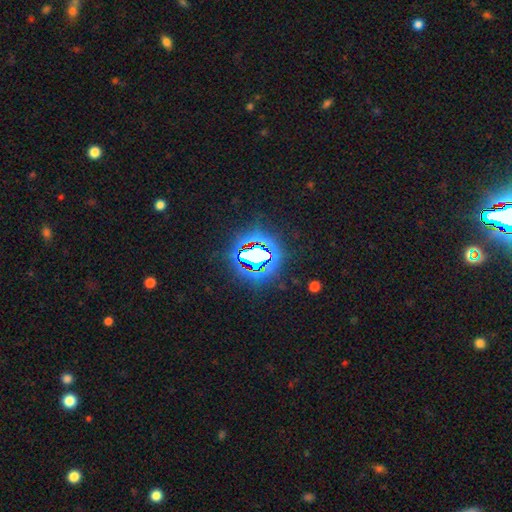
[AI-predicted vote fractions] Smooth or featured? Predicted: star or artifact (p=0.76).